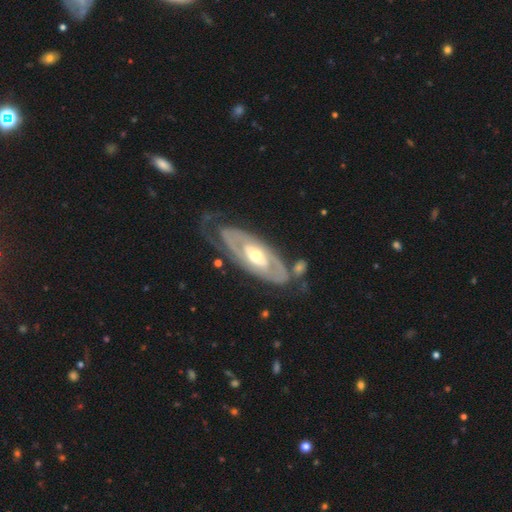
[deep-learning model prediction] The model was most divided on "spiral arm count": 2: 53%, can't tell: 31%, 1: 7%, 3: 5%, 4: 2%, more than 4: 2%. More confident: edge-on disk — no (90%); smooth or featured — featured or disk (85%); spiral arms — yes (82%); spiral winding — tight (68%); bulge size — moderate (66%); bar — no (63%); merging — none (61%).